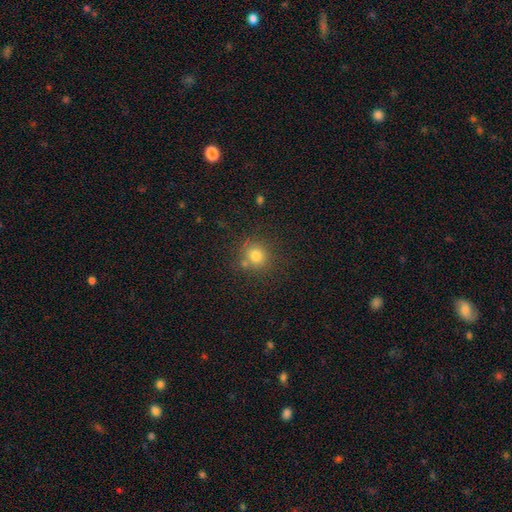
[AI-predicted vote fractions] A smooth galaxy with no disk features (78%) that is round (86%).

Vote fractions:
- Smooth or featured? smooth: 78% / star or artifact: 14% / featured or disk: 7%
- How rounded? round: 86% / in between: 13% / cigar-shaped: 1%
- Merging? none: 74% / merger: 11% / minor disturbance: 11% / major disturbance: 4%